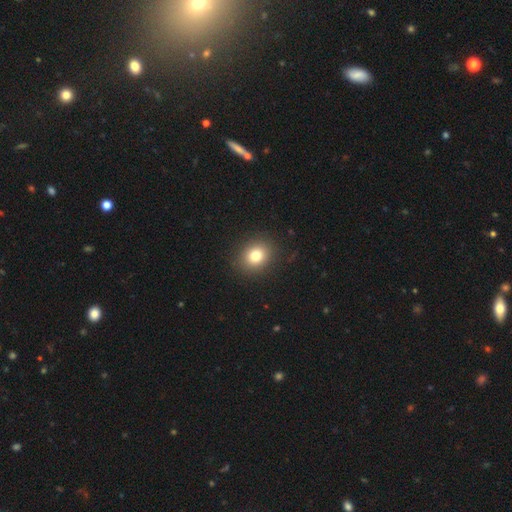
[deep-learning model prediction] Smooth or featured: smooth — 80% (star or artifact — 12%)
How rounded: round — 62% (in between — 37%)
Merging: none — 89% (minor disturbance — 7%)